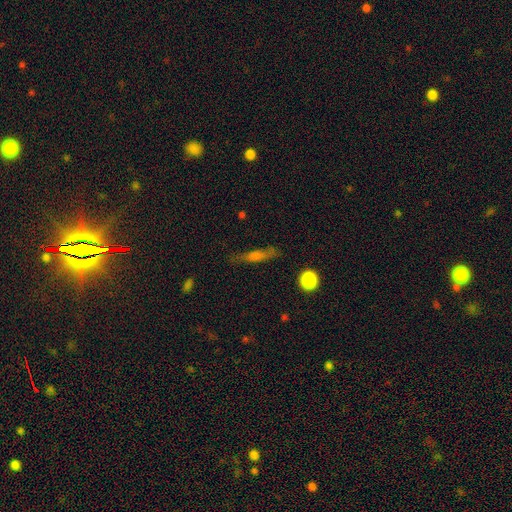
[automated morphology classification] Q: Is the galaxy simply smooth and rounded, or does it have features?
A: smooth — 52%.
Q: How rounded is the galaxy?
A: cigar-shaped — 81%.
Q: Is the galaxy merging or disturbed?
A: none — 75%.